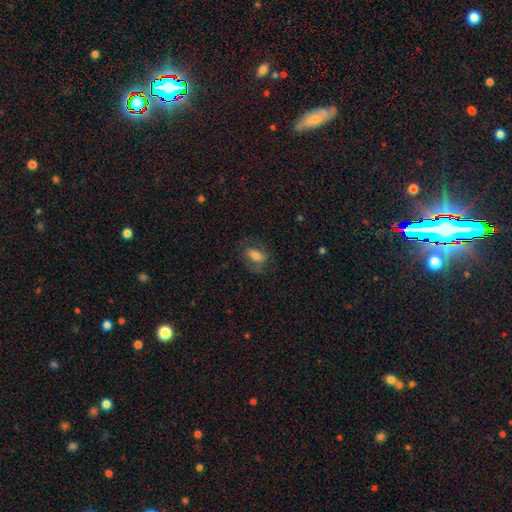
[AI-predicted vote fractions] Smooth or featured: smooth — 60% (featured or disk — 31%)
How rounded: in between — 84% (round — 12%)
Merging: none — 68% (minor disturbance — 18%)